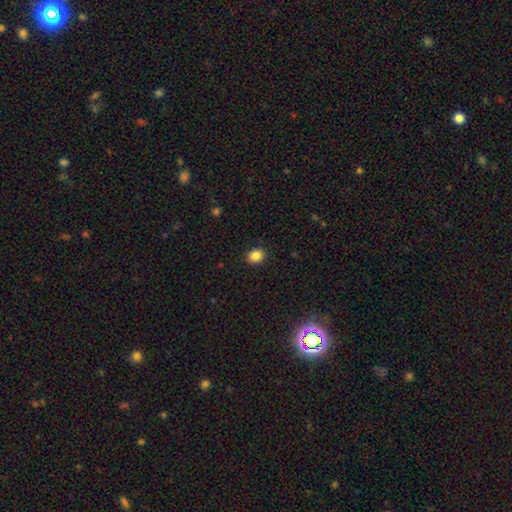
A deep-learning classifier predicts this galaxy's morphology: smooth_or_featured: smooth (p=0.87) [alt: star or artifact p=0.10]
how_rounded: round (p=0.53) [alt: in between p=0.47]
merging: none (p=0.89) [alt: minor disturbance p=0.08]